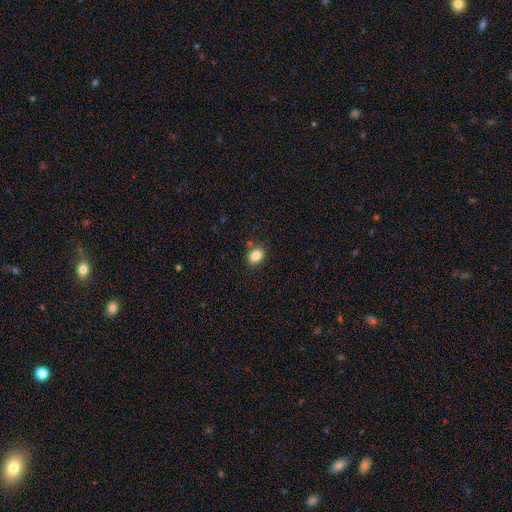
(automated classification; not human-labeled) Overall: smooth (85%). How rounded: in between (75%). Merging: none (82%).